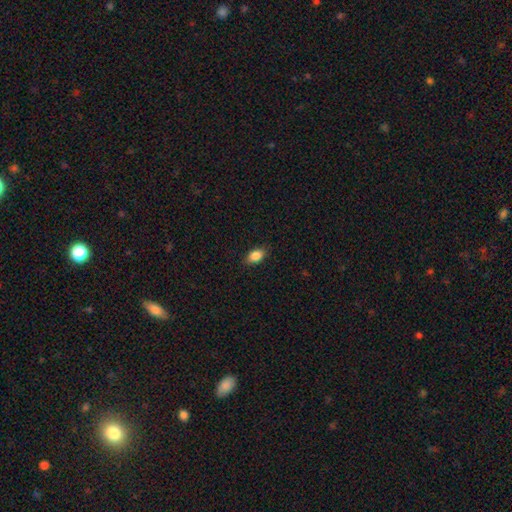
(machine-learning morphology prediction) A smooth galaxy with no disk features (86%) that is in between round and cigar-shaped (87%). Merging: none (86%).